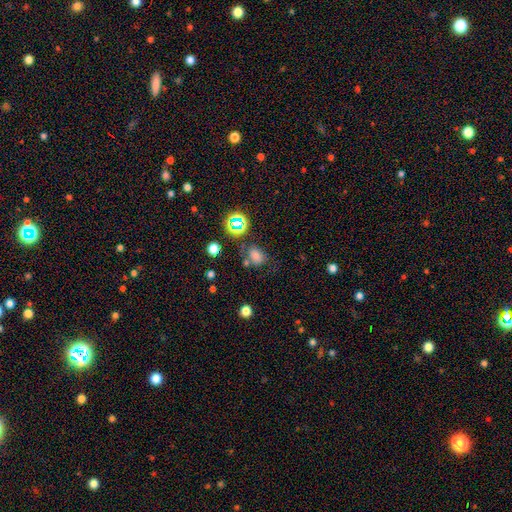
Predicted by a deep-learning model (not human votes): The model was most divided on "how rounded": in between: 66%, round: 32%, cigar-shaped: 1%. More confident: smooth or featured — smooth (68%); merging — none (59%).